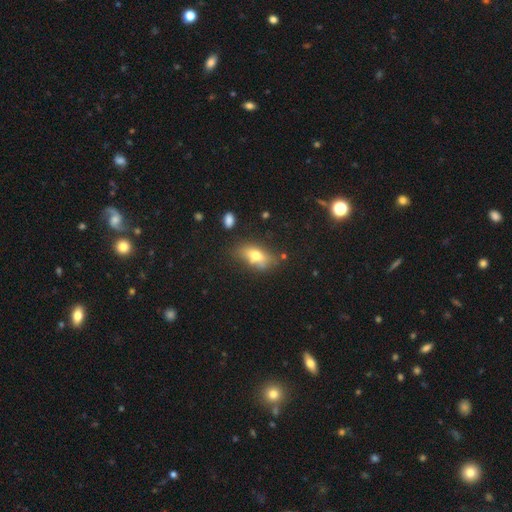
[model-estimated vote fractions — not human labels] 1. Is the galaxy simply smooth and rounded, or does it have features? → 67% smooth, 23% featured or disk, 10% star or artifact.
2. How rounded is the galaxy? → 82% in between, 9% cigar-shaped, 8% round.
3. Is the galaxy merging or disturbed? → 63% none, 21% minor disturbance, 8% merger, 8% major disturbance.